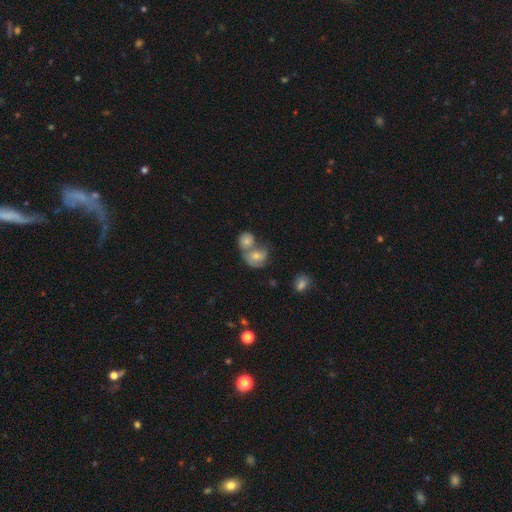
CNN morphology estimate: Q: Smooth or featured?
A: smooth (43%); runner-up: featured or disk (42%)
Q: Merging?
A: merger (55%); runner-up: none (31%)